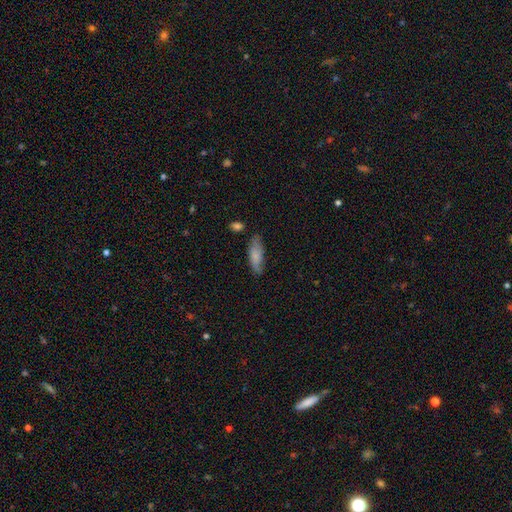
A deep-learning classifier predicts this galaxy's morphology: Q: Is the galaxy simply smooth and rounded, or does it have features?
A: smooth — 74%.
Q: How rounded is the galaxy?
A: in between — 65%.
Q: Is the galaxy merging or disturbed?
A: none — 66%.